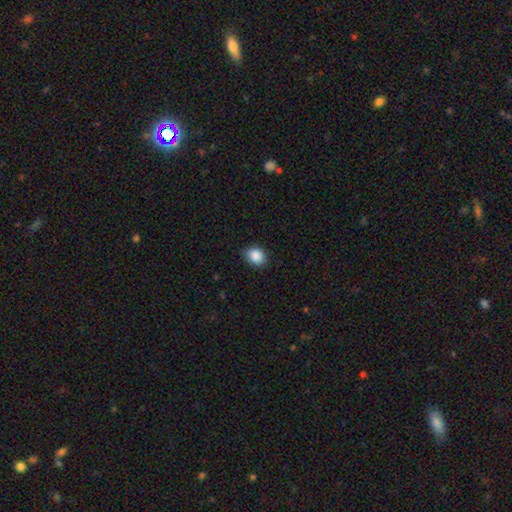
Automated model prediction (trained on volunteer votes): Smooth or featured?
  - smooth: 88% *
  - star or artifact: 9%
  - featured or disk: 3%
How rounded?
  - in between: 50% *
  - round: 49%
  - cigar-shaped: 1%
Merging?
  - none: 83% *
  - minor disturbance: 13%
  - major disturbance: 2%
  - merger: 1%